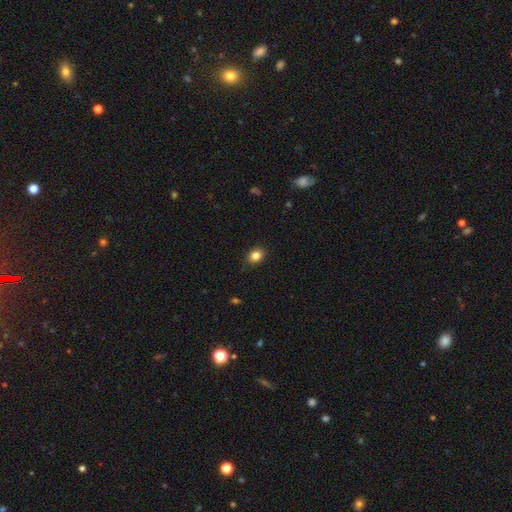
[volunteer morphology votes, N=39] Smooth or featured: smooth — 74% (featured or disk — 18%)
How rounded: round — 59% (in between — 41%)
Merging: none — 86% (minor disturbance — 14%)